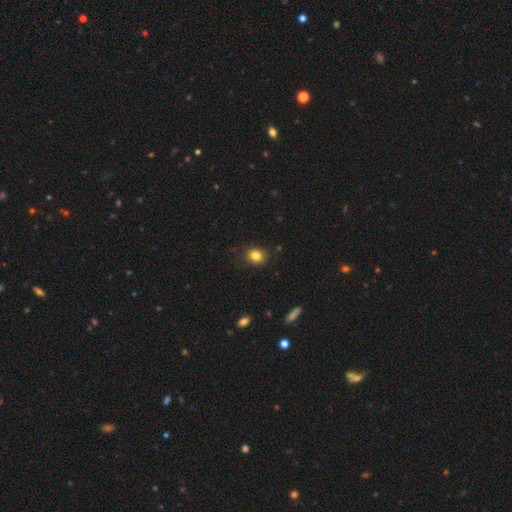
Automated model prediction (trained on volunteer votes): Smooth or featured?
  - smooth: 82% *
  - star or artifact: 11%
  - featured or disk: 7%
How rounded?
  - round: 66% *
  - in between: 33%
  - cigar-shaped: 1%
Merging?
  - none: 85% *
  - minor disturbance: 11%
  - major disturbance: 2%
  - merger: 1%